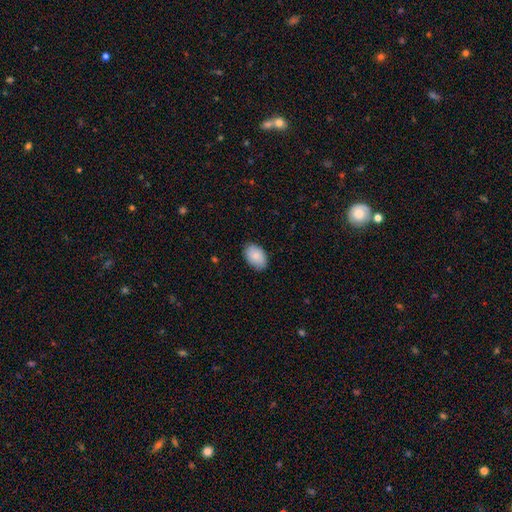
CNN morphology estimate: Smooth or featured?
  - smooth: 85% *
  - featured or disk: 9%
  - star or artifact: 6%
How rounded?
  - in between: 88% *
  - round: 11%
  - cigar-shaped: 1%
Merging?
  - none: 84% *
  - minor disturbance: 13%
  - major disturbance: 2%
  - merger: 1%